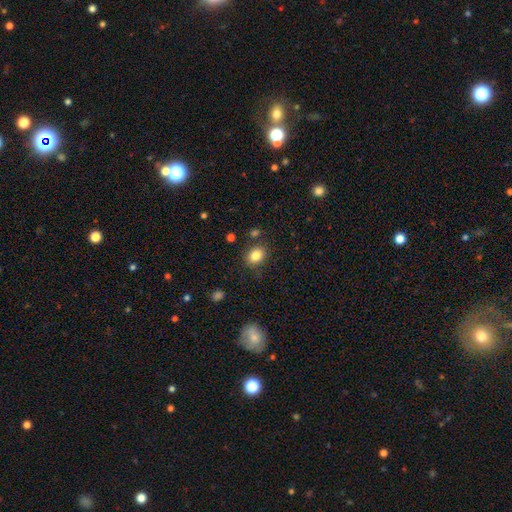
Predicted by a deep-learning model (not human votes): Smooth or featured: smooth — 84% (star or artifact — 10%)
How rounded: in between — 54% (round — 45%)
Merging: none — 81% (minor disturbance — 12%)